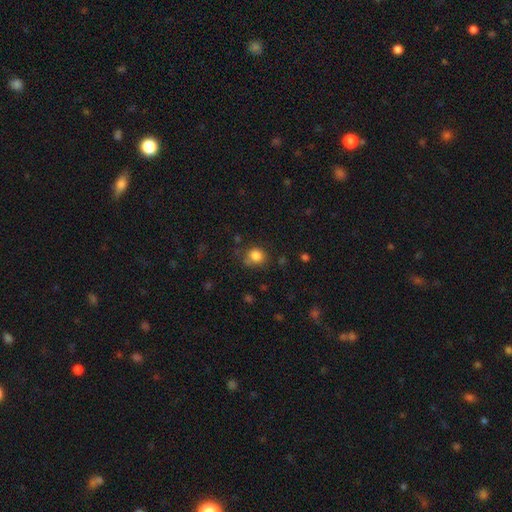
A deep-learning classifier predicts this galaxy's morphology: This appears to be a smooth galaxy with no disk features (83%) that is round (80%). Merging: none (68%).